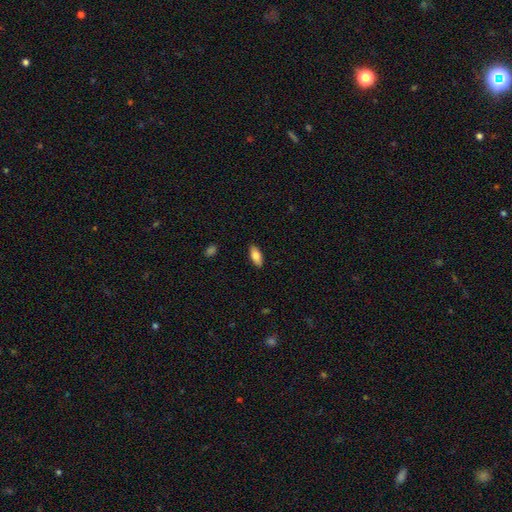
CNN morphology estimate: Smooth or featured? Predicted: smooth (p=0.82). How rounded? Predicted: in between (p=0.85). Merging? Predicted: none (p=0.88).